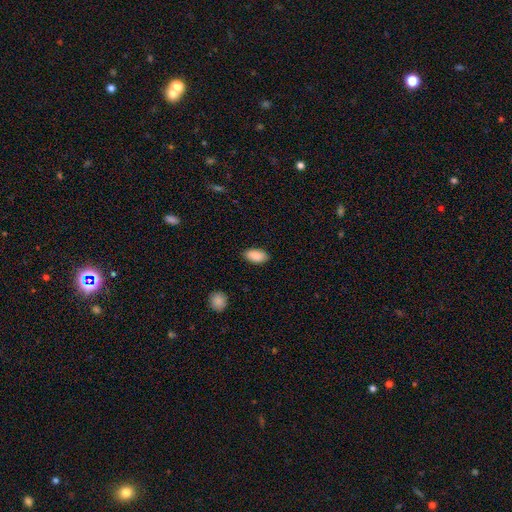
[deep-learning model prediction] Q: Smooth or featured?
A: smooth (89%); runner-up: star or artifact (7%)
Q: How rounded?
A: in between (93%); runner-up: cigar-shaped (3%)
Q: Merging?
A: none (86%); runner-up: minor disturbance (10%)